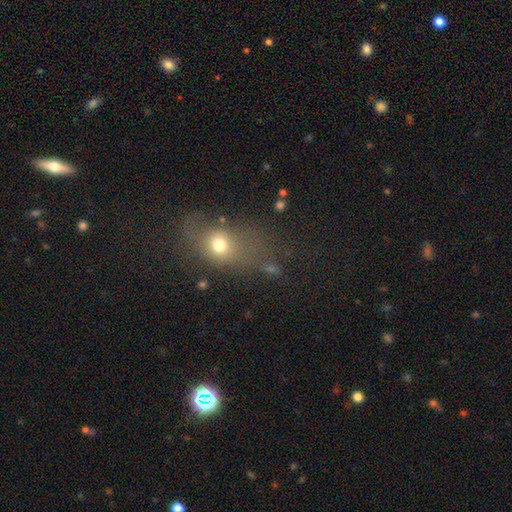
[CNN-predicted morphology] smooth-or-featured: smooth: 56% | star or artifact: 27% | featured or disk: 17%
  how-rounded: in between: 56% | round: 38% | cigar-shaped: 6%
  merging: none: 62% | minor disturbance: 20% | major disturbance: 12% | merger: 6%